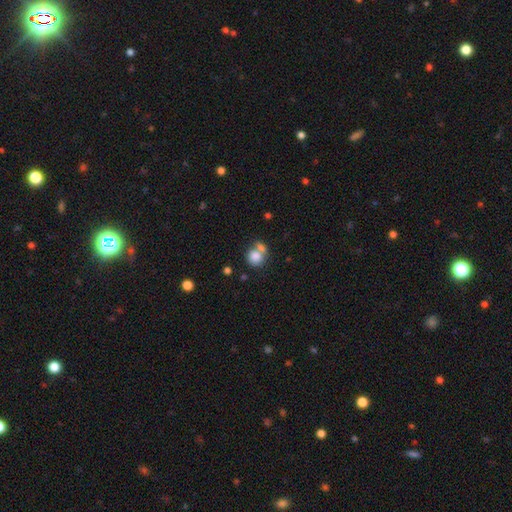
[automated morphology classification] The model was most divided on "merging": merger: 43%, none: 41%, minor disturbance: 11%, major disturbance: 6%. More confident: smooth or featured — smooth (81%); how rounded — round (79%).